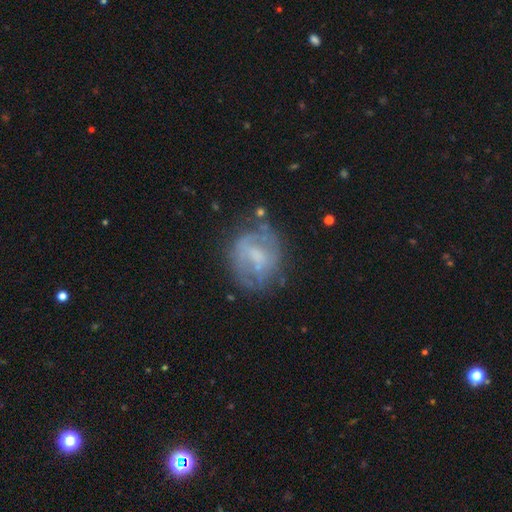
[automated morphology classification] This appears to be a featured or disk galaxy (61%) with a weak bar (44%), spiral arms (52%) and a small central bulge (35%). Merging: none (60%).